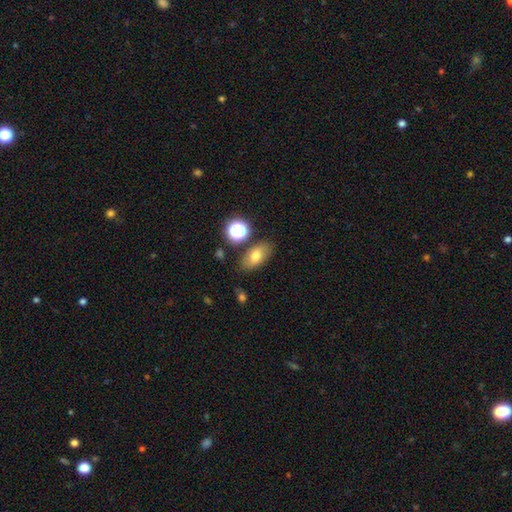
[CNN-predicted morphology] A smooth galaxy with no disk features (71%) that is in between round and cigar-shaped (85%).

Vote fractions:
- Smooth or featured? smooth: 71% / featured or disk: 17% / star or artifact: 12%
- How rounded? in between: 85% / round: 11% / cigar-shaped: 4%
- Merging? none: 79% / minor disturbance: 12% / merger: 5% / major disturbance: 3%